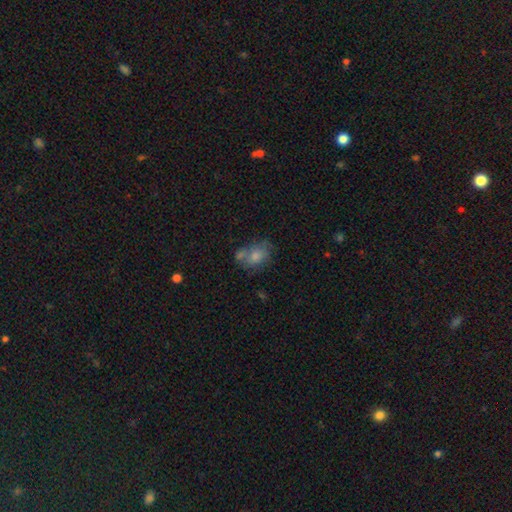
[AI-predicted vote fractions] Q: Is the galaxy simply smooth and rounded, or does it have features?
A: smooth — 72%.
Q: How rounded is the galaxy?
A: in between — 74%.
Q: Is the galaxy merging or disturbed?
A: none — 41%.